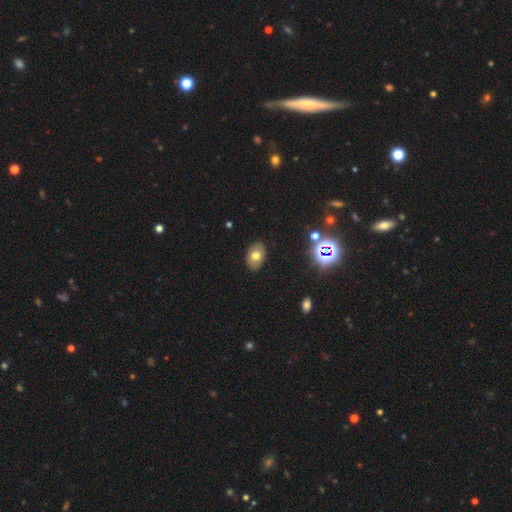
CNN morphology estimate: Smooth or featured?
  - smooth: 65% *
  - featured or disk: 22%
  - star or artifact: 13%
How rounded?
  - in between: 82% *
  - round: 17%
  - cigar-shaped: 1%
Merging?
  - none: 87% *
  - minor disturbance: 9%
  - major disturbance: 2%
  - merger: 1%